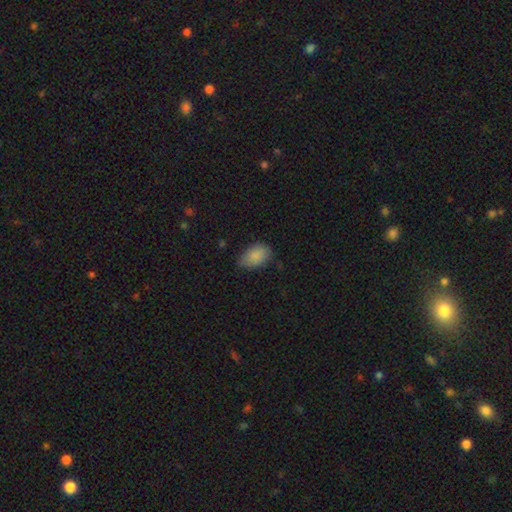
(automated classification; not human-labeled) smooth-or-featured: smooth: 87% | star or artifact: 7% | featured or disk: 6%
  how-rounded: in between: 89% | round: 10% | cigar-shaped: 1%
  merging: none: 66% | minor disturbance: 28% | major disturbance: 5% | merger: 1%